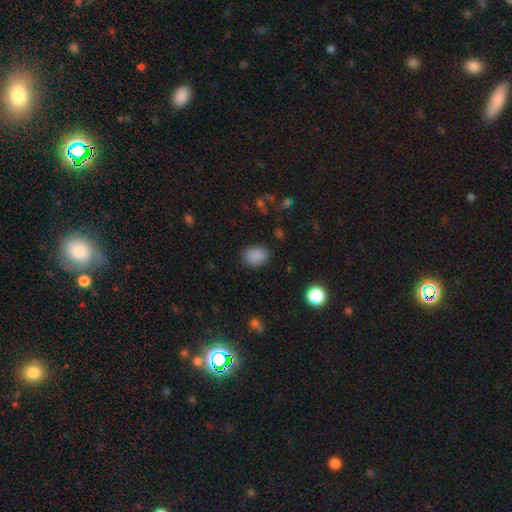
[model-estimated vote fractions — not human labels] A smooth galaxy with no disk features (85%) that is in between round and cigar-shaped (57%).

Vote fractions:
- Smooth or featured? smooth: 85% / star or artifact: 11% / featured or disk: 4%
- How rounded? in between: 57% / round: 42% / cigar-shaped: 1%
- Merging? none: 84% / minor disturbance: 12% / major disturbance: 3% / merger: 1%